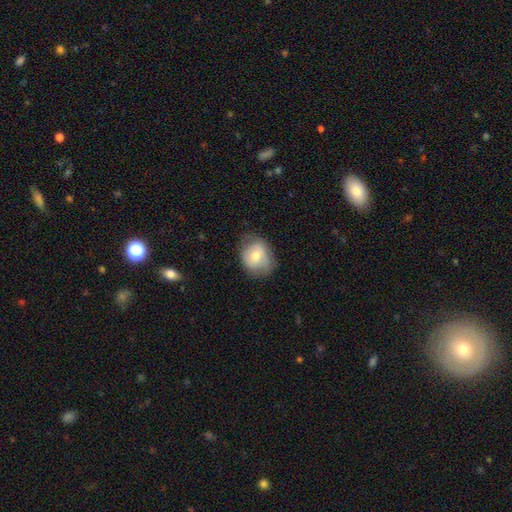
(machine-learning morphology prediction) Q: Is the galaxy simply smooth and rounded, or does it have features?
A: smooth — 64%.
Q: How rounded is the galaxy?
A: round — 58%.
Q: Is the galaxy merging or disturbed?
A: none — 63%.